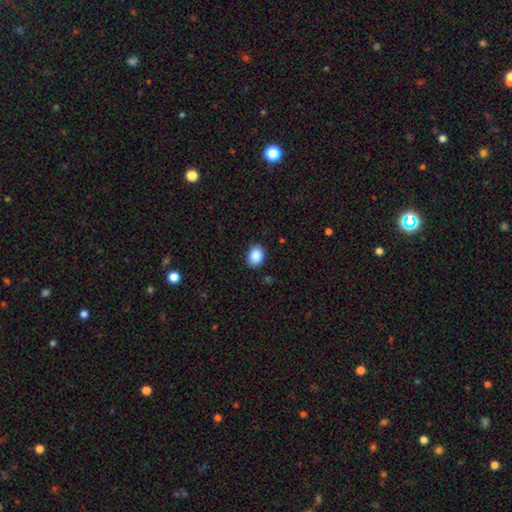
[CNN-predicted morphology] type=smooth (89%); roundness=in between (62%); merging=none (87%).